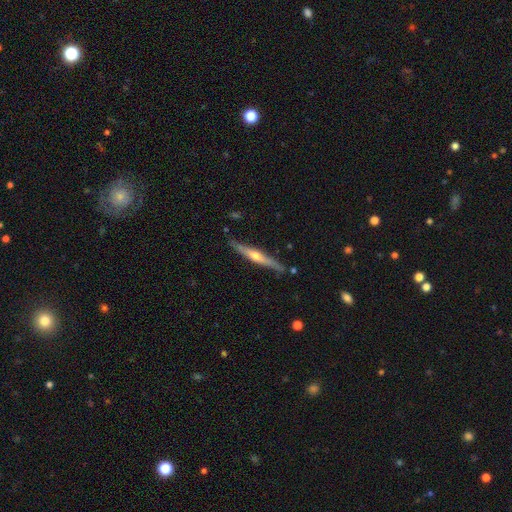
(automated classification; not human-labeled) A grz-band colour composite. It shows a featured or disk galaxy (67%) viewed edge-on (96%) with a rounded central bulge (84%). Merging: none (81%).